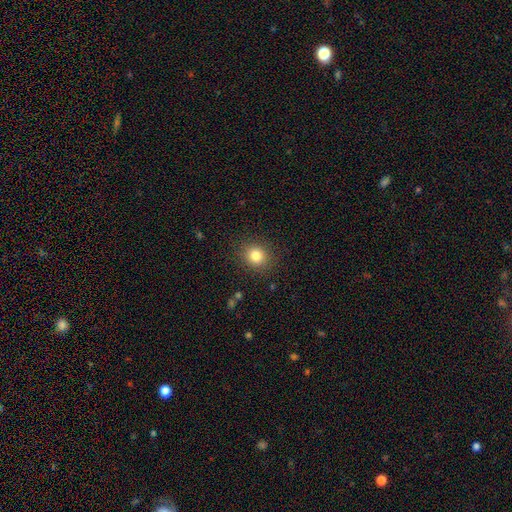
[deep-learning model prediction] This appears to be a smooth galaxy with no disk features (82%) that is round (76%). Merging: none (87%).